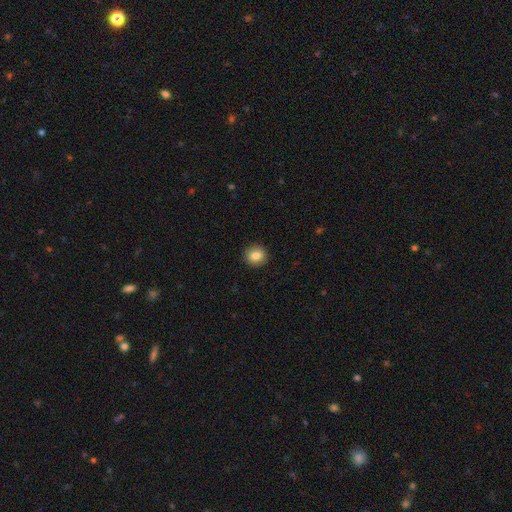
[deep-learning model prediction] A smooth galaxy with no disk features (84%) that is round (88%).

Vote fractions:
- Smooth or featured? smooth: 84% / star or artifact: 9% / featured or disk: 7%
- How rounded? round: 88% / in between: 11% / cigar-shaped: 1%
- Merging? none: 92% / minor disturbance: 6% / major disturbance: 2% / merger: 1%